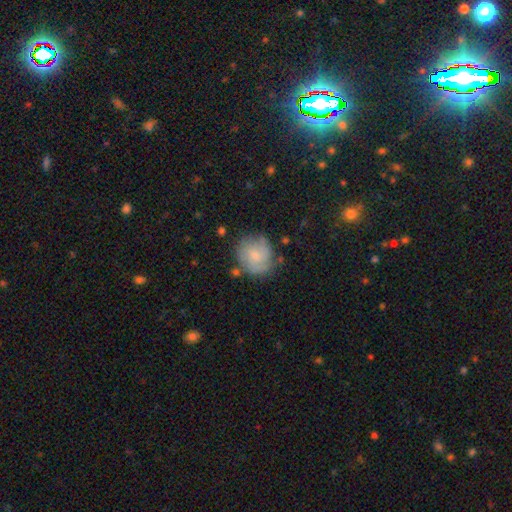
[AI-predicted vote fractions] This is possibly a smooth galaxy (47%). Merging: likely none (66%).